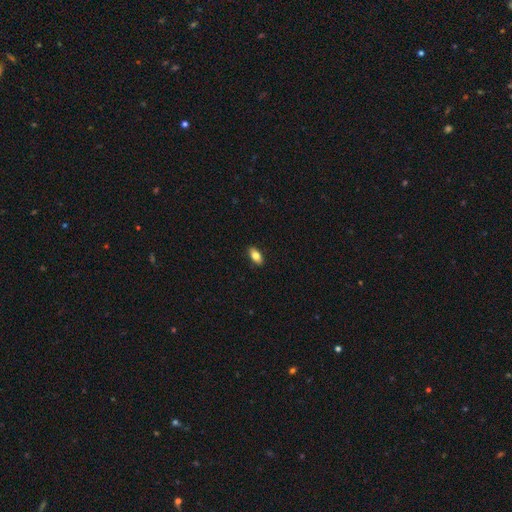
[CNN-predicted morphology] smooth-or-featured: smooth: 79% | featured or disk: 14% | star or artifact: 7%
  how-rounded: in between: 89% | cigar-shaped: 7% | round: 4%
  merging: none: 89% | minor disturbance: 8% | major disturbance: 2% | merger: 1%